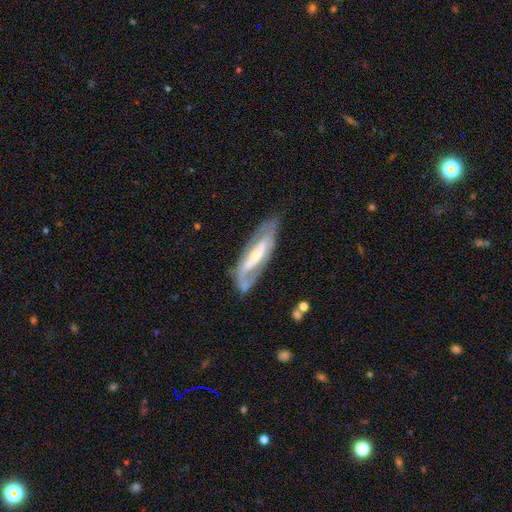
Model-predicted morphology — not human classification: A featured or disk galaxy (81%) with a strong bar (56%), 2 (74%) tight (40%, tied with medium) spiral arms (80%) and a small central bulge (53%). Merging: none (72%).